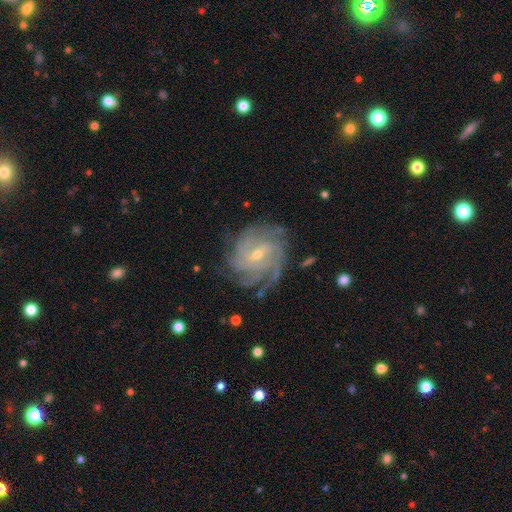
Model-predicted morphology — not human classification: type=featured or disk (89%); edge-on=no (97%); bar=weak (52%); spiral arms=yes (97%); winding=tight (63%); arm count=4 (34%); bulge=small (67%); merging=none (74%).